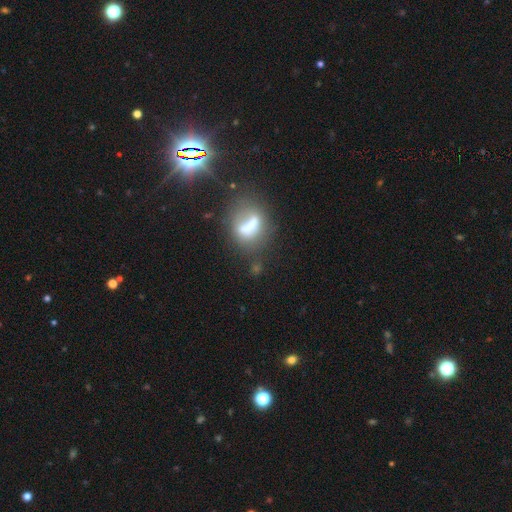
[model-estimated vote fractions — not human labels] A star or artifact, not a galaxy (36%).